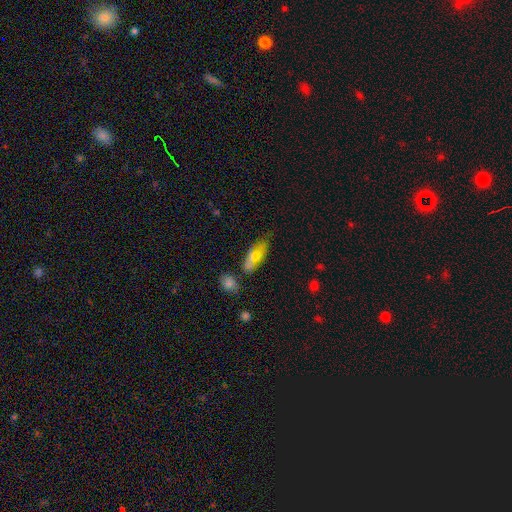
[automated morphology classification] Smooth or featured: smooth — 67% (featured or disk — 21%)
How rounded: in between — 66% (cigar-shaped — 29%)
Merging: none — 53% (minor disturbance — 21%)